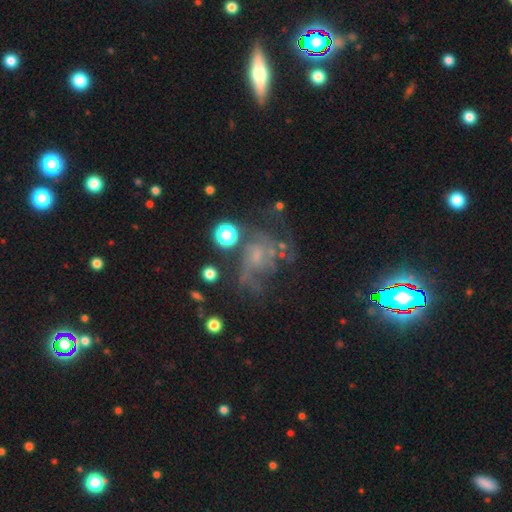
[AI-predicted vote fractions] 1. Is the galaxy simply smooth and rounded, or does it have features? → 65% featured or disk, 18% star or artifact, 17% smooth.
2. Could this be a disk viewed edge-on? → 97% no, 3% yes.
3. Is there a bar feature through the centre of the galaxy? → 67% no, 28% weak, 5% strong.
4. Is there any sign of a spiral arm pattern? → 77% yes, 23% no.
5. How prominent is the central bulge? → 45% small, 32% none, 18% moderate, 3% large, 1% dominant.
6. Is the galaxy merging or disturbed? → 42% none, 30% major disturbance, 19% minor disturbance, 8% merger.